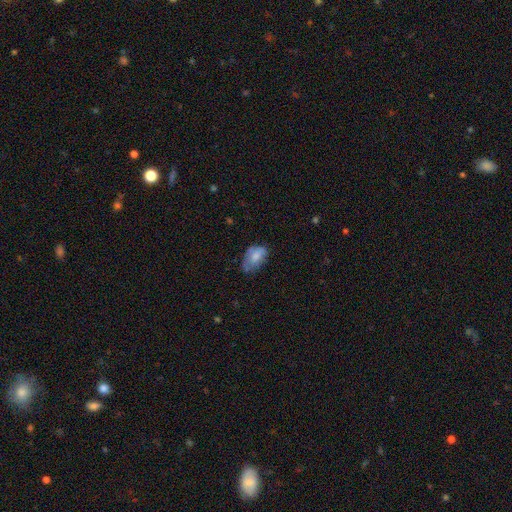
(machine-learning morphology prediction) Smooth or featured: smooth — 71% (featured or disk — 21%)
How rounded: in between — 91% (round — 7%)
Merging: none — 46% (minor disturbance — 36%)